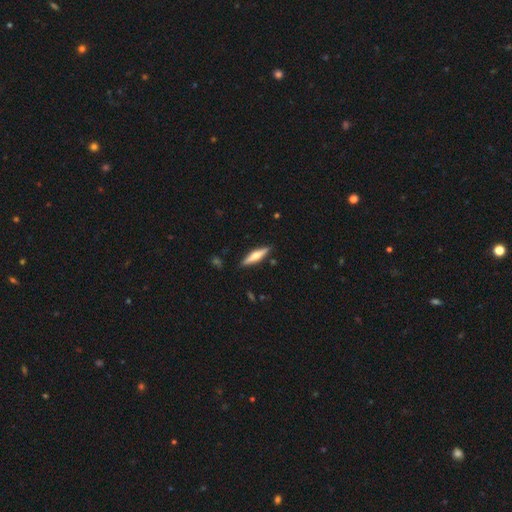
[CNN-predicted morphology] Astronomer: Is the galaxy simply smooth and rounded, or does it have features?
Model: featured or disk — 52% (runner-up: smooth, 42%).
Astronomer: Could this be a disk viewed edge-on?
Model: yes — 95%.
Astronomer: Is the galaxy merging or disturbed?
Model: none — 89%.